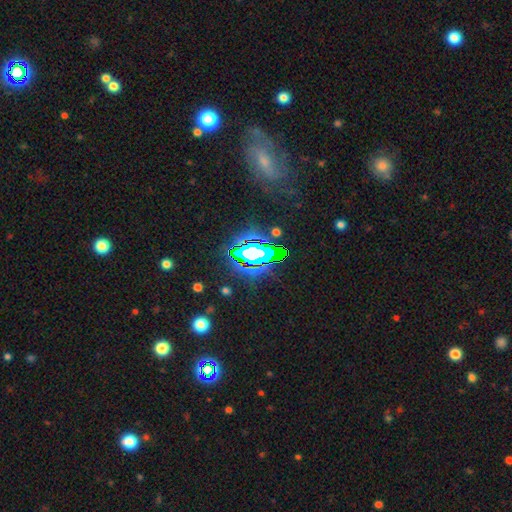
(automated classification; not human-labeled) Overall: star or artifact (68%).